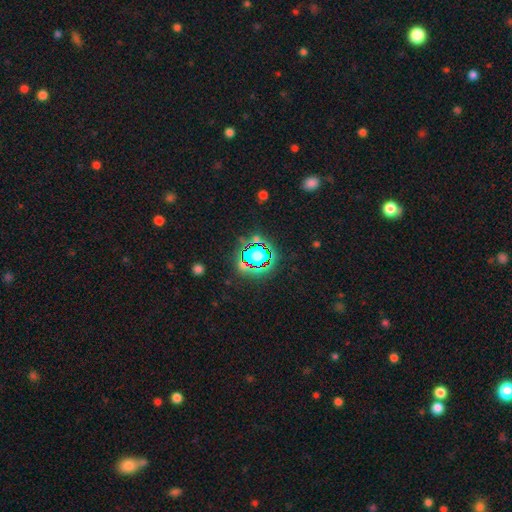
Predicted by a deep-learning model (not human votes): A star or artifact, not a galaxy (60%).

Vote fractions:
- Smooth or featured? star or artifact: 60% / smooth: 27% / featured or disk: 13%